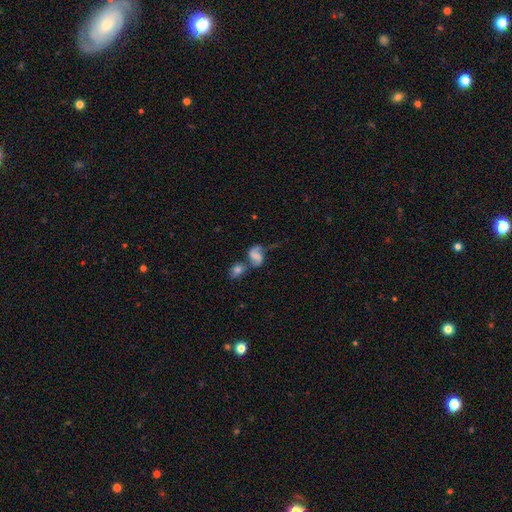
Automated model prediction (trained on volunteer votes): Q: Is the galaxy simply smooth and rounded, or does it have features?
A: featured or disk — 68%.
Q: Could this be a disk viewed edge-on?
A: no — 97%.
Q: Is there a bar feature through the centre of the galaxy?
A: no — 43%.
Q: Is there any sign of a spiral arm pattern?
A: yes — 89%.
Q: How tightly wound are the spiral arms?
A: loose — 61%.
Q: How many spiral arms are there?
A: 2 — 85%.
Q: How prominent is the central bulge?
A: none — 51%.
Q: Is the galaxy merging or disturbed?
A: merger — 42%.